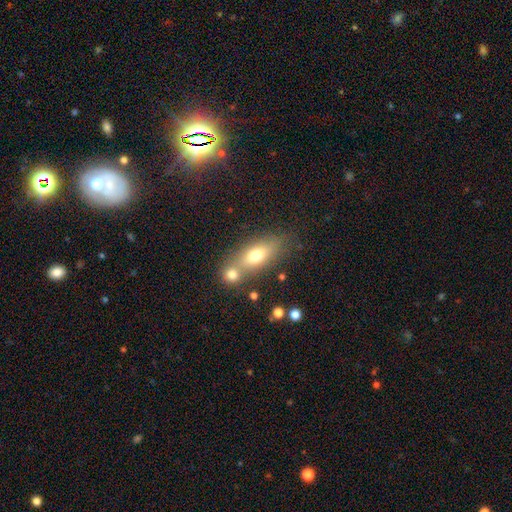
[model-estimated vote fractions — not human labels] smooth_or_featured: smooth (p=0.67) [alt: featured or disk p=0.23]
how_rounded: in between (p=0.67) [alt: cigar-shaped p=0.24]
merging: none (p=0.45) [alt: merger p=0.40]